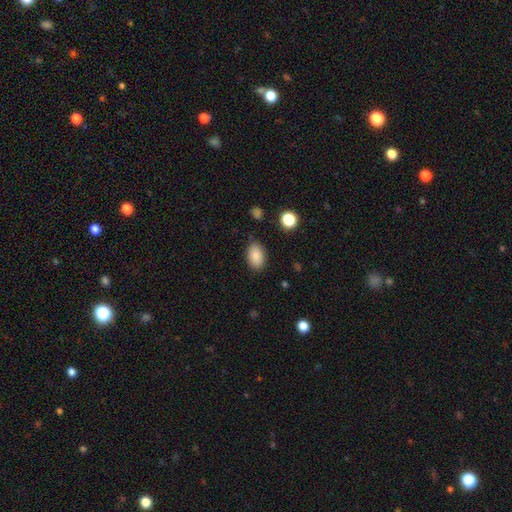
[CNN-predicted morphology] smooth-or-featured: smooth: 87% | star or artifact: 8% | featured or disk: 5%
  how-rounded: in between: 89% | round: 9% | cigar-shaped: 1%
  merging: none: 84% | minor disturbance: 11% | major disturbance: 3% | merger: 1%